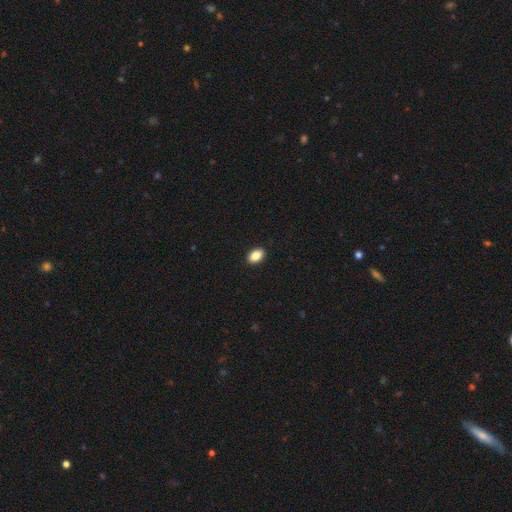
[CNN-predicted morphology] A smooth galaxy with no disk features (87%) that is in between round and cigar-shaped (86%).

Vote fractions:
- Smooth or featured? smooth: 87% / star or artifact: 8% / featured or disk: 5%
- How rounded? in between: 86% / round: 12% / cigar-shaped: 1%
- Merging? none: 91% / minor disturbance: 6% / major disturbance: 2% / merger: 1%